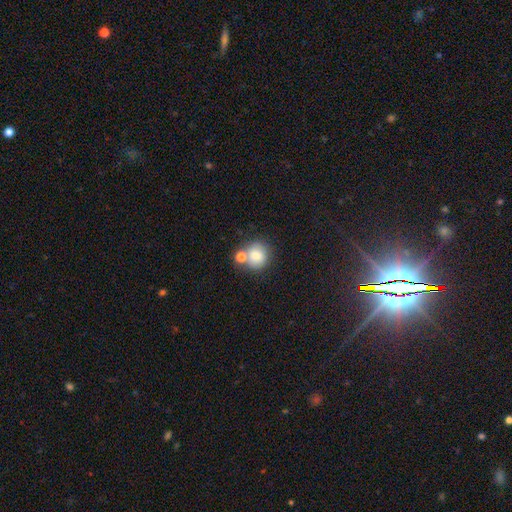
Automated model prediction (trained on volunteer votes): smooth-or-featured: smooth: 80% | featured or disk: 10% | star or artifact: 10%
  how-rounded: round: 86% | in between: 13% | cigar-shaped: 1%
  merging: none: 56% | merger: 30% | minor disturbance: 11% | major disturbance: 4%